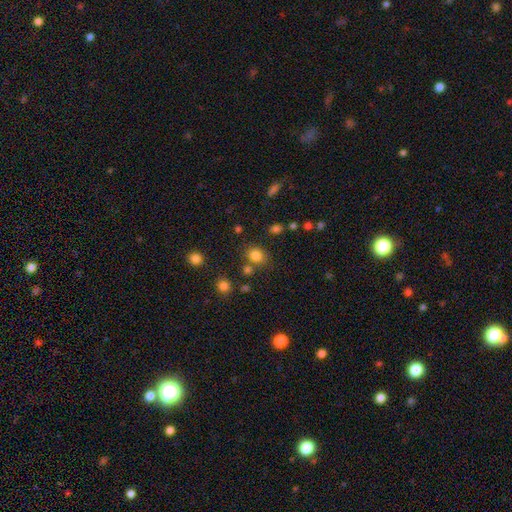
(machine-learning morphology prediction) Smooth or featured?
  - smooth: 80% *
  - star or artifact: 14%
  - featured or disk: 6%
How rounded?
  - round: 62% *
  - in between: 37%
  - cigar-shaped: 1%
Merging?
  - none: 71% *
  - minor disturbance: 13%
  - merger: 12%
  - major disturbance: 4%